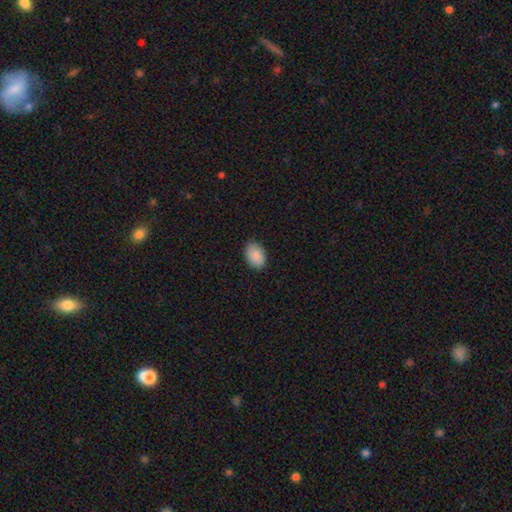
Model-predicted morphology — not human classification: type=smooth (89%); roundness=in between (85%); merging=none (83%).